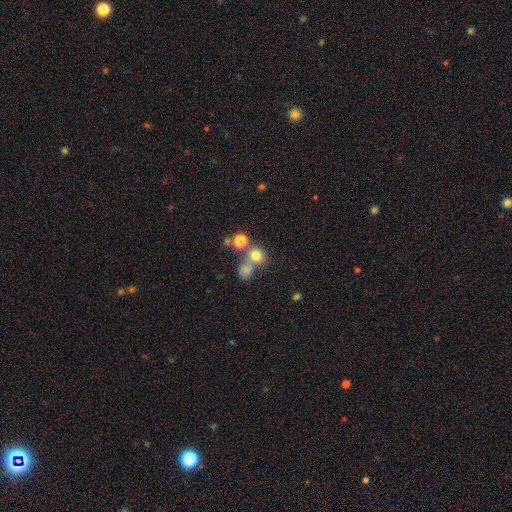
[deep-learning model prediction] Morphology: type=smooth (74%); roundness=round (80%); merging=none (51%).